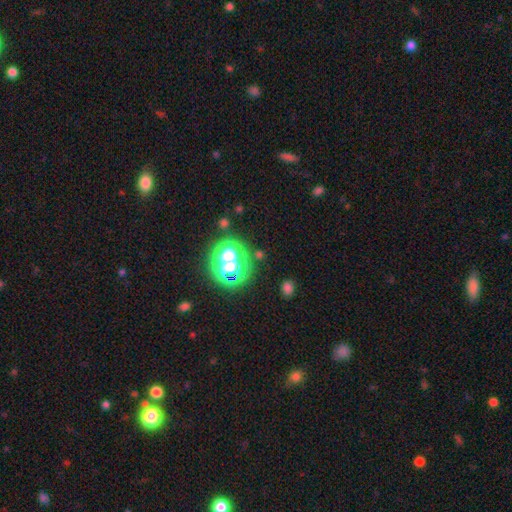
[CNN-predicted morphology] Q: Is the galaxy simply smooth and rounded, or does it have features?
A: star or artifact — 49%.